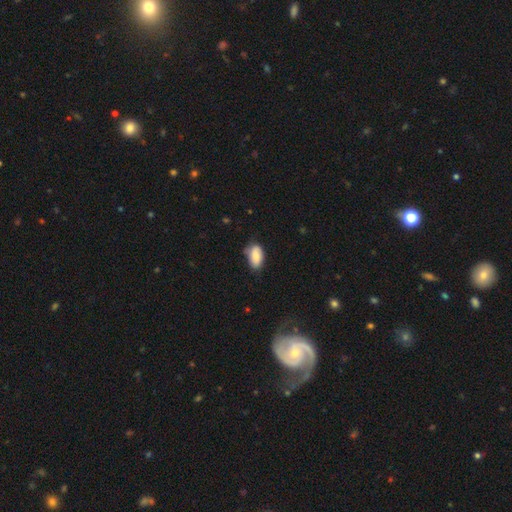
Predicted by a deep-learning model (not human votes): This appears to be a smooth galaxy with no disk features (82%) that is in between round and cigar-shaped (93%). Merging: none (63%).